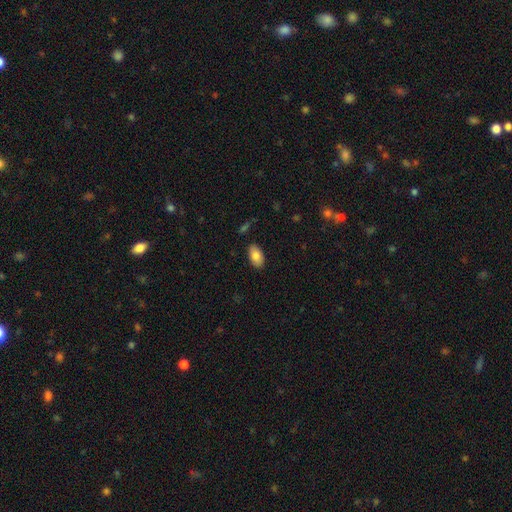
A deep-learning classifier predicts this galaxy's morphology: type=smooth (83%); roundness=in between (94%); merging=none (88%).